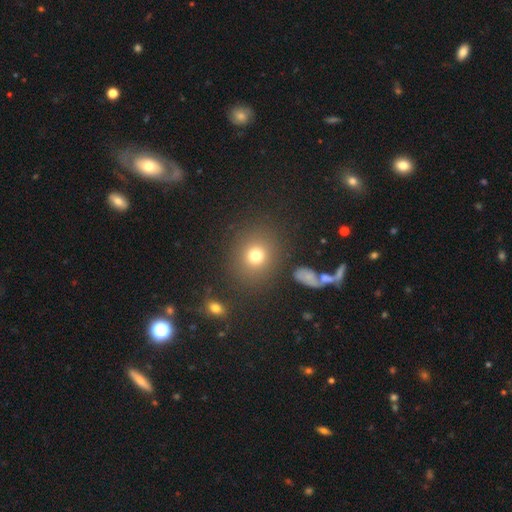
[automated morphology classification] Overall: smooth (76%). How rounded: round (79%). Merging: none (83%).